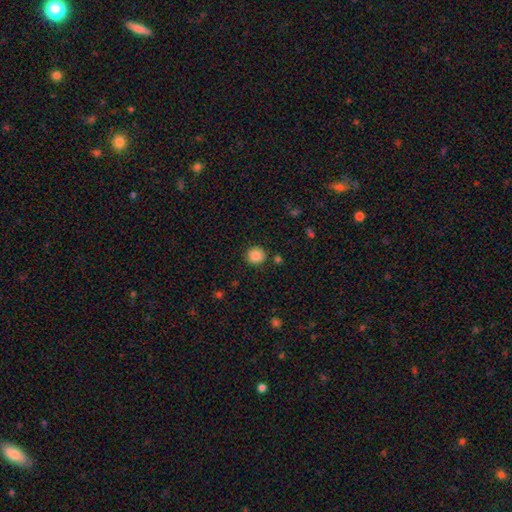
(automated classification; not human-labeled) Smooth or featured? smooth (87%)
How rounded? round (90%)
Merging? none (88%)